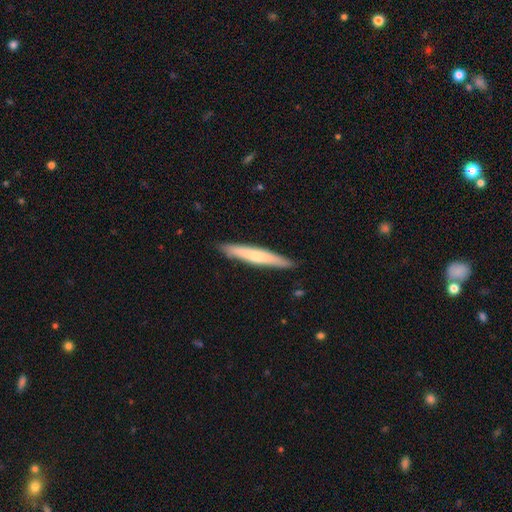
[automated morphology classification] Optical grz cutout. It shows a smooth galaxy with no disk features (59%) that is cigar-shaped (94%). Merging: none (89%).